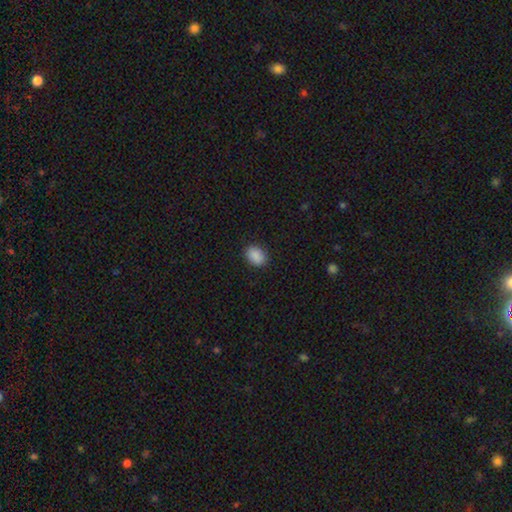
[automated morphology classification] Smooth or featured? smooth (89%)
How rounded? in between (72%)
Merging? none (88%)